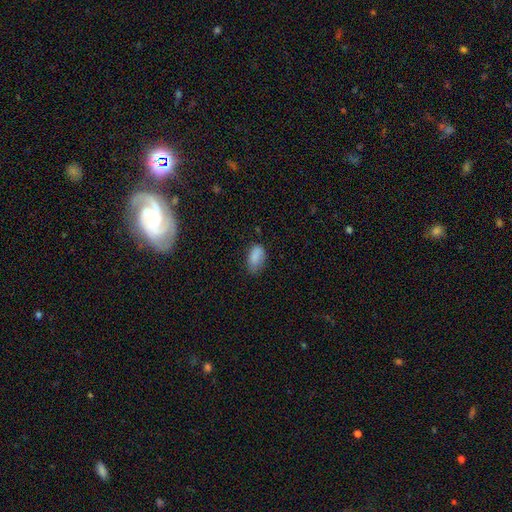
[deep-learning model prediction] Morphology: type=smooth (86%); roundness=in between (92%); merging=none (60%).